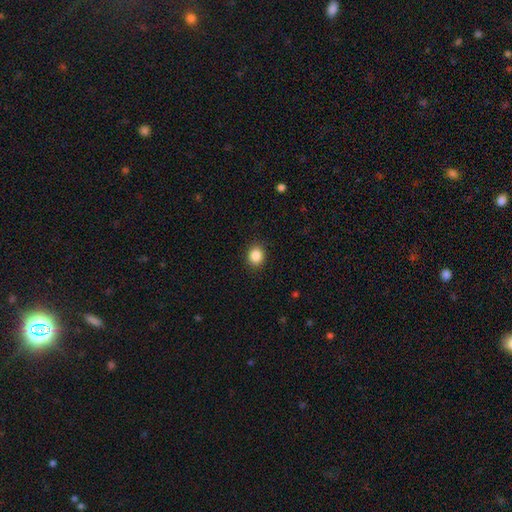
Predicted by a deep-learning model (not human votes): Smooth or featured: smooth — 87% (star or artifact — 10%)
How rounded: round — 71% (in between — 28%)
Merging: none — 89% (minor disturbance — 7%)